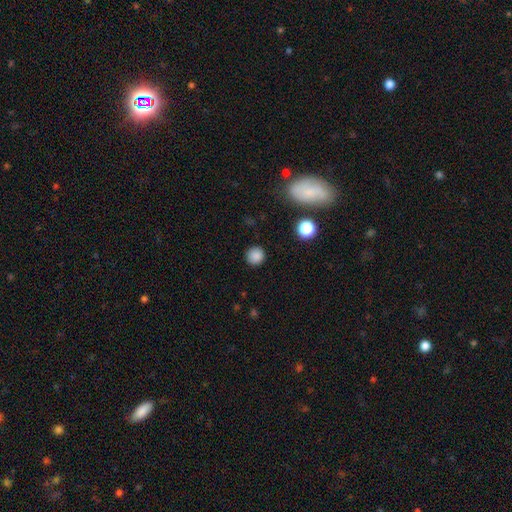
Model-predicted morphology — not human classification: type=smooth (85%); roundness=round (92%); merging=none (90%).